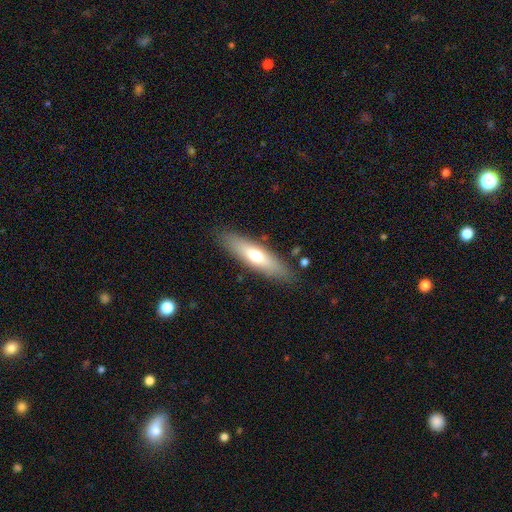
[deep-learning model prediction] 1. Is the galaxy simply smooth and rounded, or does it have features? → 61% smooth, 33% featured or disk, 6% star or artifact.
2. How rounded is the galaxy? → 67% cigar-shaped, 31% in between, 2% round.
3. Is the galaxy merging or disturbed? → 85% none, 10% minor disturbance, 3% major disturbance, 2% merger.